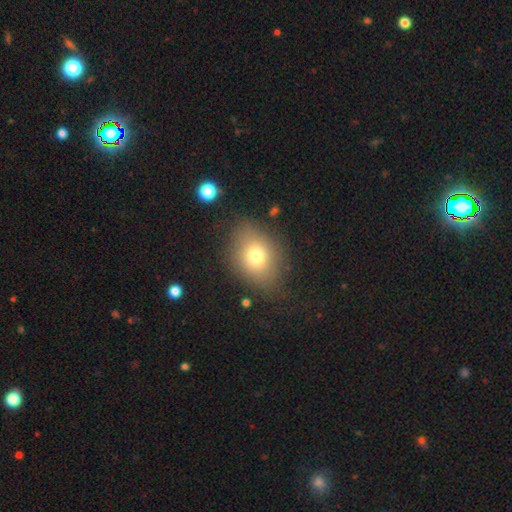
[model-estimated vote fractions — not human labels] Overall: smooth (73%). How rounded: in between (61%; round 37%). Merging: none (74%).